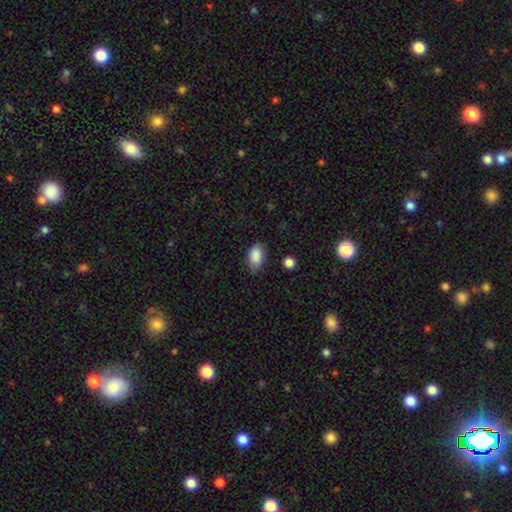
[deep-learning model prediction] A smooth galaxy with no disk features (88%) that is in between round and cigar-shaped (90%).

Vote fractions:
- Smooth or featured? smooth: 88% / star or artifact: 7% / featured or disk: 5%
- How rounded? in between: 90% / round: 8% / cigar-shaped: 2%
- Merging? none: 70% / minor disturbance: 24% / major disturbance: 4% / merger: 2%